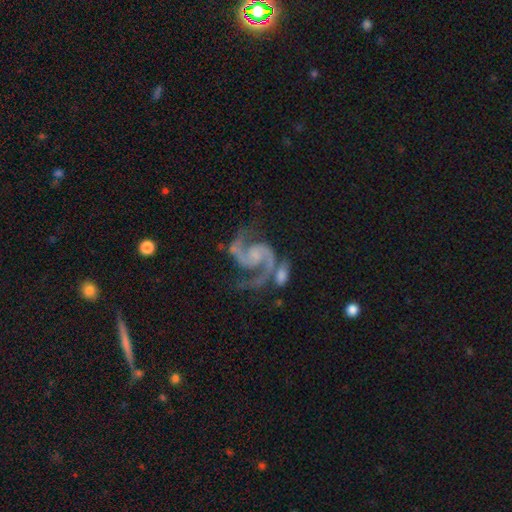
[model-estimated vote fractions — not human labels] This appears to be a featured or disk galaxy (93%) with no bar (58%), 2 (93%) medium (63%) spiral arms (98%) and a small central bulge (53%). Merging: none (56%).